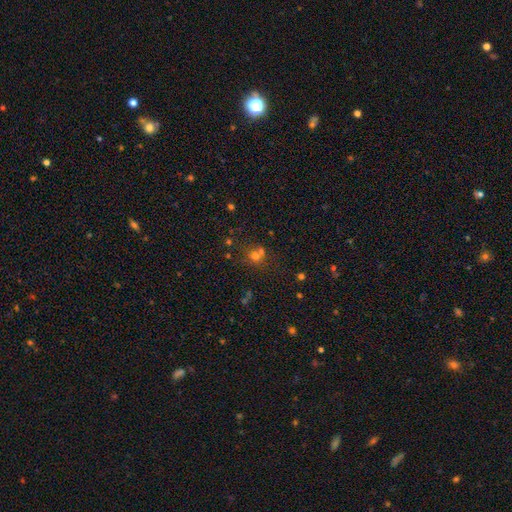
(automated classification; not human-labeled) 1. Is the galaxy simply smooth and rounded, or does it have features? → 63% smooth, 25% star or artifact, 13% featured or disk.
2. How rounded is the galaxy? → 84% round, 15% in between, 1% cigar-shaped.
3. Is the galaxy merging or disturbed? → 52% none, 37% merger, 8% minor disturbance, 4% major disturbance.